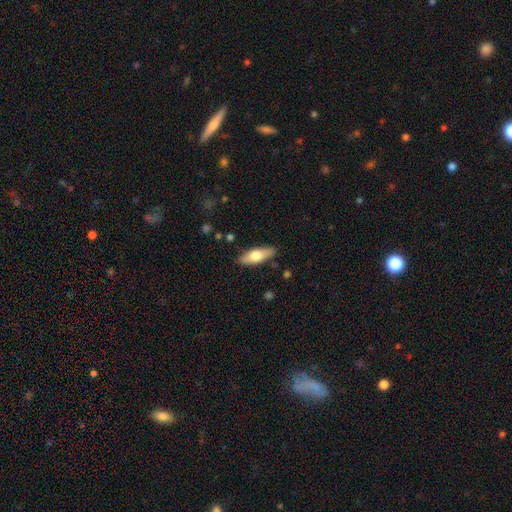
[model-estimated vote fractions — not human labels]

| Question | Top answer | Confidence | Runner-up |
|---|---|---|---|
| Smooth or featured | smooth | 65% | featured or disk (30%) |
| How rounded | in between | 63% | cigar-shaped (35%) |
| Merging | none | 86% | minor disturbance (10%) |